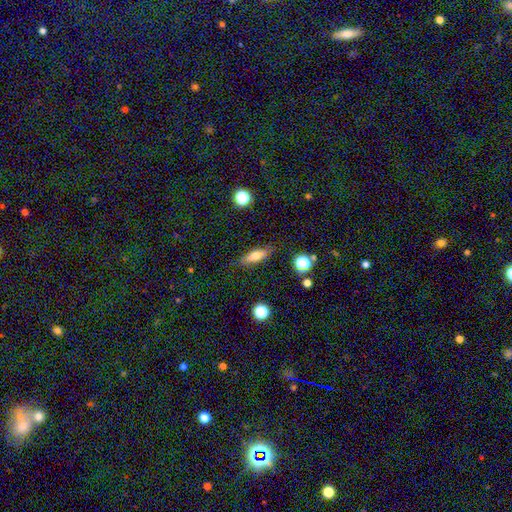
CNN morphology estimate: Smooth or featured? smooth (67%)
How rounded? in between (56%)
Merging? none (84%)